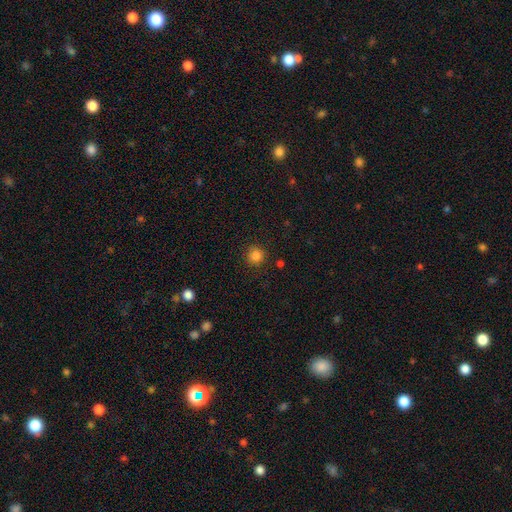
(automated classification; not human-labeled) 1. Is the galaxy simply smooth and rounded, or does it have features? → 85% smooth, 12% star or artifact, 3% featured or disk.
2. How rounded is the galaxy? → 94% round, 5% in between, 1% cigar-shaped.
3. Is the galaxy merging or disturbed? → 88% none, 8% minor disturbance, 3% major disturbance, 2% merger.